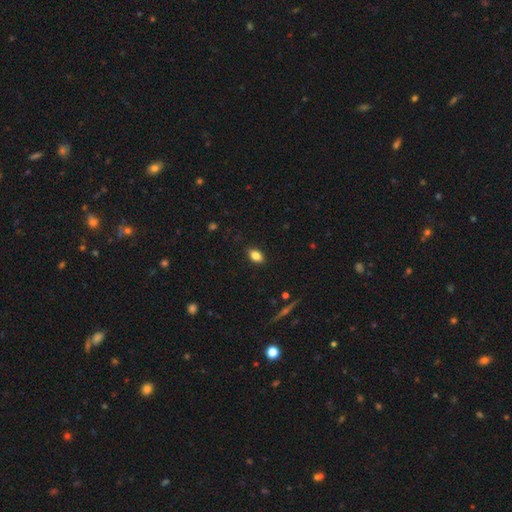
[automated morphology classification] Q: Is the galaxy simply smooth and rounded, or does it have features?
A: smooth — 83%.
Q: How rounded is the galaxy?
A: in between — 85%.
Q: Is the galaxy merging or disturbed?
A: none — 87%.